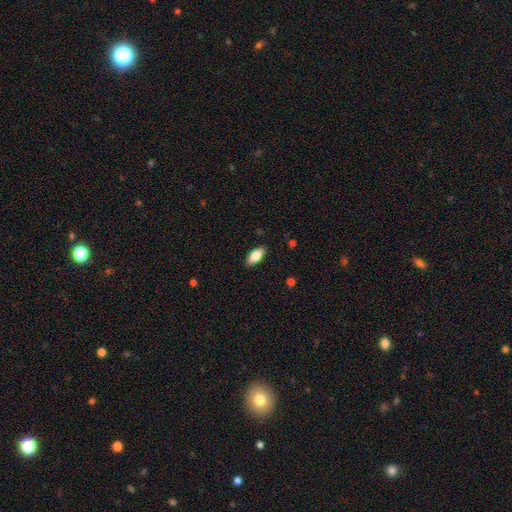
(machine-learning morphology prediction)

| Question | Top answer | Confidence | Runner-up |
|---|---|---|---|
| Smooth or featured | smooth | 81% | featured or disk (13%) |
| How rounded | in between | 84% | cigar-shaped (14%) |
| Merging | none | 88% | minor disturbance (9%) |